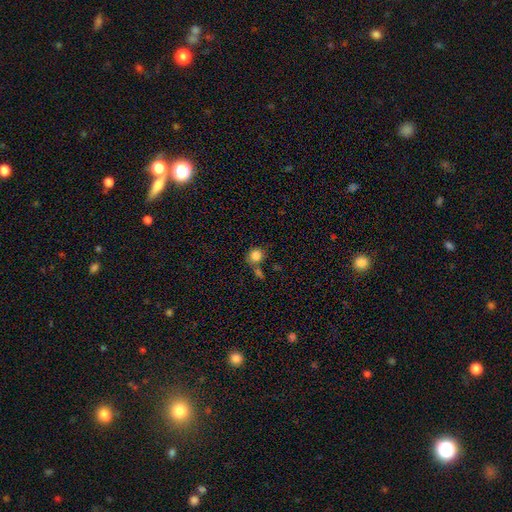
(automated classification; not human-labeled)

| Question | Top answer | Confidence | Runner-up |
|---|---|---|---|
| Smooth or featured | smooth | 84% | star or artifact (10%) |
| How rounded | round | 85% | in between (14%) |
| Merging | none | 60% | merger (22%) |